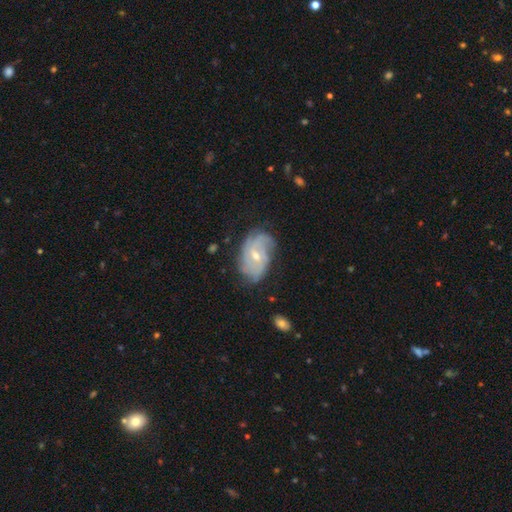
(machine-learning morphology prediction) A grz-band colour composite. It shows a featured or disk galaxy (79%) with no bar (50%), tight (51%) spiral arms (92%) and a small central bulge (51%). Merging: none (67%).